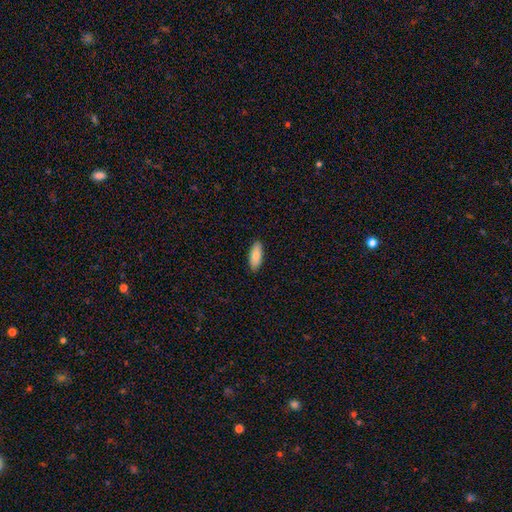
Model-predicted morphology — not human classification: Overall: smooth (83%). How rounded: in between (76%). Merging: none (90%).